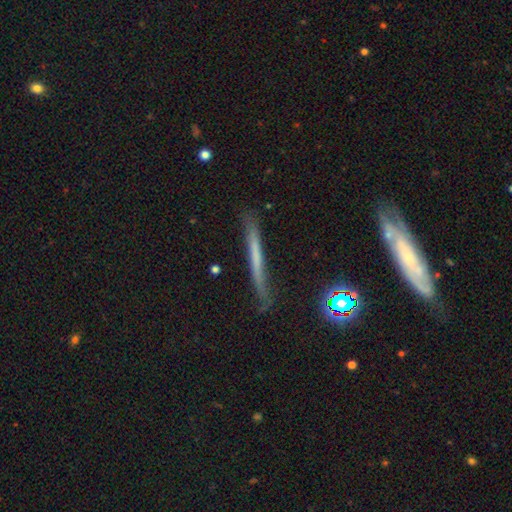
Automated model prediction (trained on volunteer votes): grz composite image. It shows a smooth galaxy with no disk features (49%). Merging: none (74%).